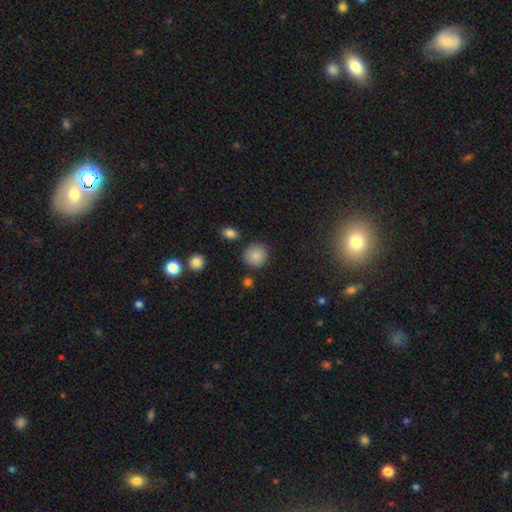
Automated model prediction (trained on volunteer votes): A smooth galaxy with no disk features (85%) that is round (91%). Merging: none (85%).